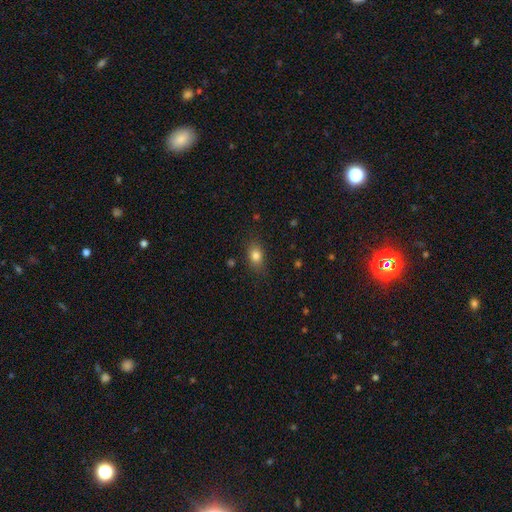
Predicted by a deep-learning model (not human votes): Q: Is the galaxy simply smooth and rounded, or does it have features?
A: smooth — 81%.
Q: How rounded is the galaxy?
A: in between — 70%.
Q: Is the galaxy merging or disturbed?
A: none — 80%.